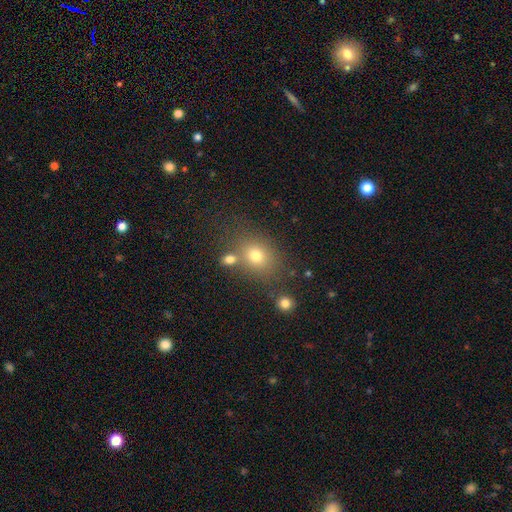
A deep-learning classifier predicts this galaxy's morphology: The model was most divided on "how rounded": round: 56%, in between: 43%, cigar-shaped: 1%. More confident: smooth or featured — smooth (72%); merging — none (66%).